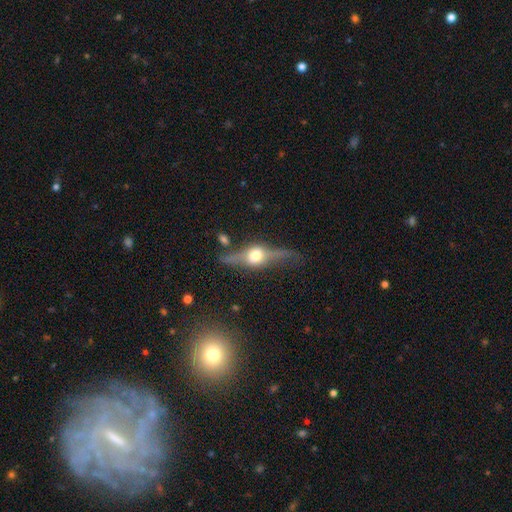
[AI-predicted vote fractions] Smooth or featured? Predicted: featured or disk (p=0.80). Edge-on disk? Predicted: yes (p=0.93). Edge-on bulge? Predicted: rounded (p=0.94). Merging? Predicted: none (p=0.75).